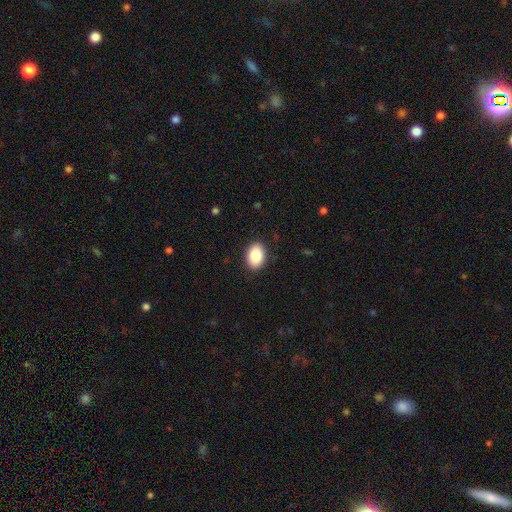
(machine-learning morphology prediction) Overall: smooth (87%). How rounded: in between (82%). Merging: none (90%).